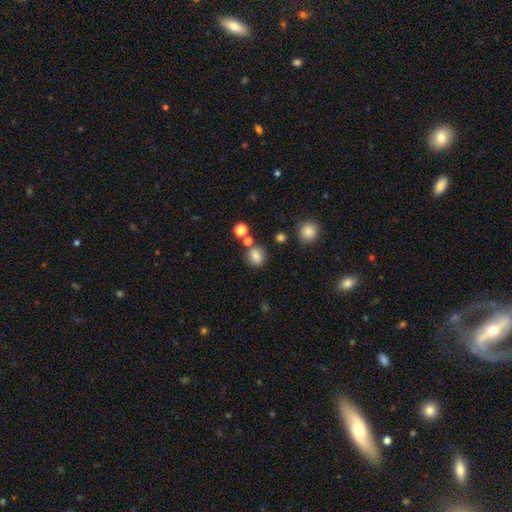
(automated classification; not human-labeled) Q: Smooth or featured?
A: smooth (79%); runner-up: star or artifact (13%)
Q: How rounded?
A: round (75%); runner-up: in between (23%)
Q: Merging?
A: none (75%); runner-up: minor disturbance (11%)